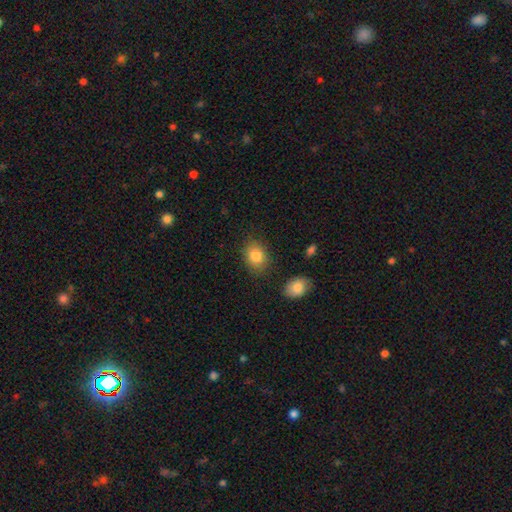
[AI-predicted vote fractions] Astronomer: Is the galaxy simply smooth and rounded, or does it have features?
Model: smooth — 84%.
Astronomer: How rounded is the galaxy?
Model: in between — 56% (runner-up: round, 43%).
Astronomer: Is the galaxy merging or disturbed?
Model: none — 82%.